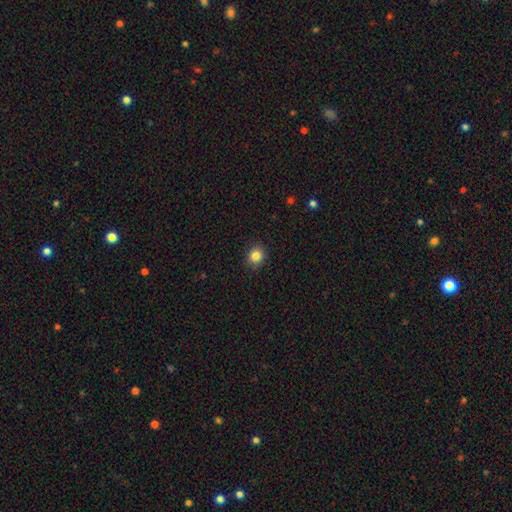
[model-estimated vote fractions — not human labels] The model was most divided on "how rounded": round: 79%, in between: 20%, cigar-shaped: 1%. More confident: merging — none (90%); smooth or featured — smooth (84%).